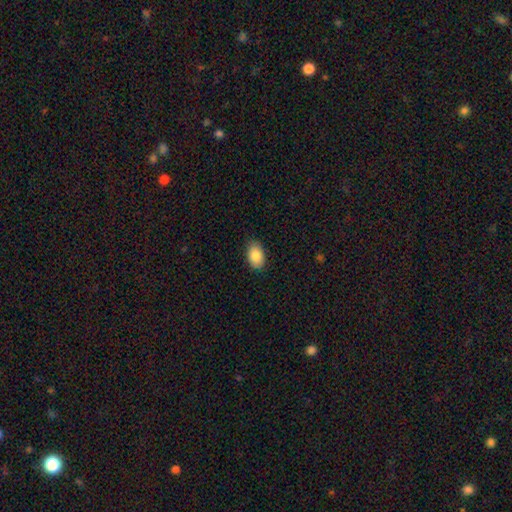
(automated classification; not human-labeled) This is clearly a smooth galaxy (87%). How rounded: clearly in between (90%). Merging: clearly none (85%).